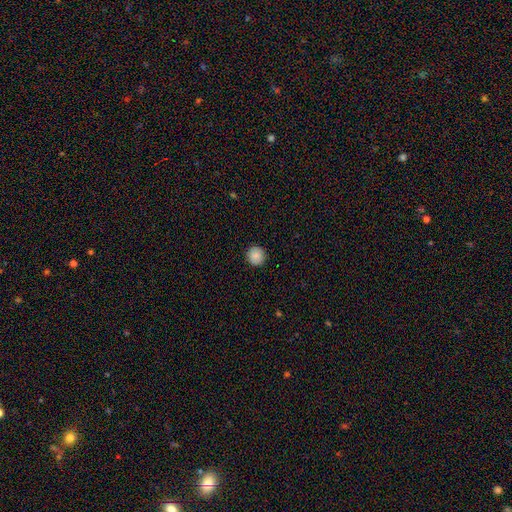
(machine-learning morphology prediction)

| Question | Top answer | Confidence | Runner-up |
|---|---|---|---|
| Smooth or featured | smooth | 87% | star or artifact (8%) |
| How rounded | round | 94% | in between (5%) |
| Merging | none | 92% | minor disturbance (5%) |